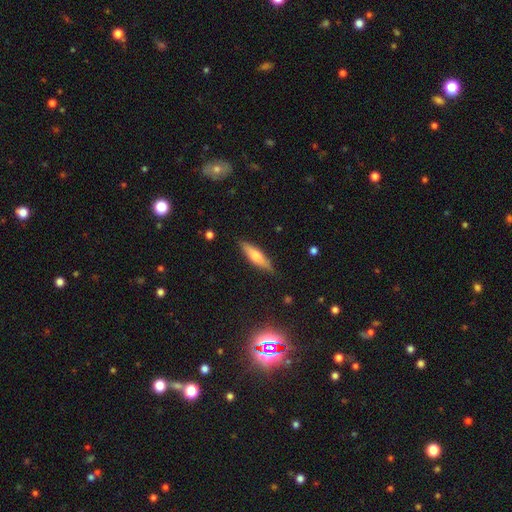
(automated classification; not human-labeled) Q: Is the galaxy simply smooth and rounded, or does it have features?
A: smooth — 55%.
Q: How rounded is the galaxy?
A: cigar-shaped — 70%.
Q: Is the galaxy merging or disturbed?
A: none — 86%.